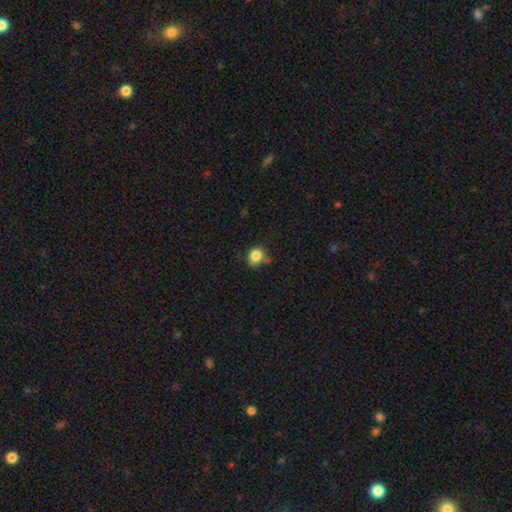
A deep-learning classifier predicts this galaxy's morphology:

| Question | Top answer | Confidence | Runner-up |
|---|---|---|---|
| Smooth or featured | smooth | 84% | star or artifact (10%) |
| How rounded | round | 72% | in between (27%) |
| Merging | none | 60% | minor disturbance (25%) |